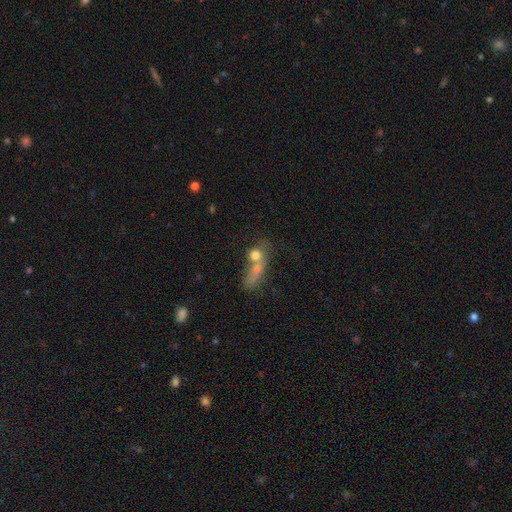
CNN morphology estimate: smooth 68%, featured or disk 20%, star or artifact 12%. Down the decision tree: how rounded — round (52%); merging — merger (56%).